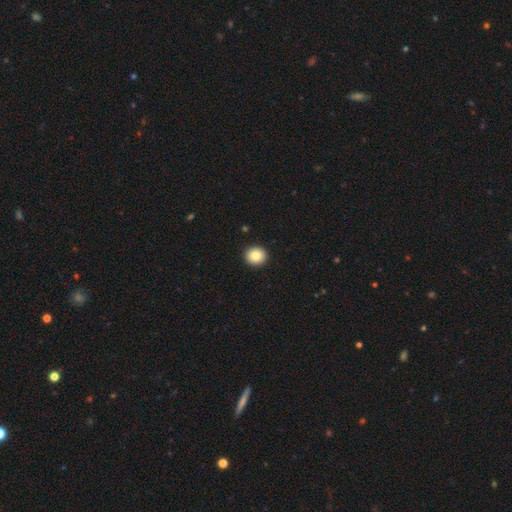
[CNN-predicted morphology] smooth_or_featured: smooth (p=0.85) [alt: star or artifact p=0.09]
how_rounded: round (p=0.87) [alt: in between p=0.12]
merging: none (p=0.93) [alt: minor disturbance p=0.04]